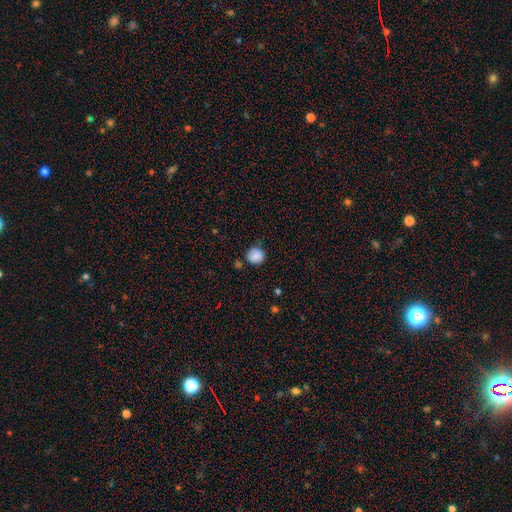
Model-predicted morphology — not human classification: A smooth galaxy with no disk features (87%) that is round (90%).

Vote fractions:
- Smooth or featured? smooth: 87% / star or artifact: 9% / featured or disk: 5%
- How rounded? round: 90% / in between: 9% / cigar-shaped: 1%
- Merging? none: 77% / minor disturbance: 15% / merger: 4% / major disturbance: 3%